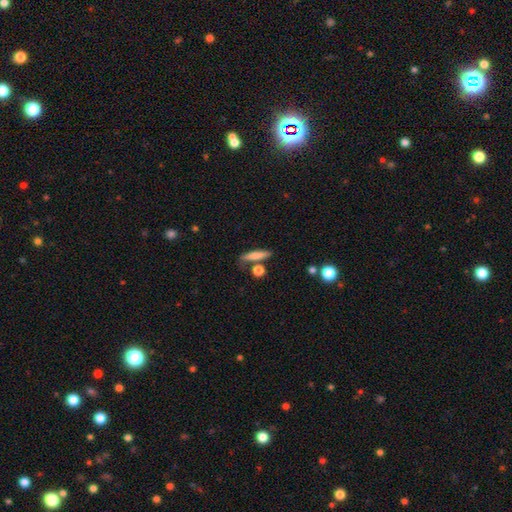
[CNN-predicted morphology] smooth_or_featured: smooth (p=0.74) [alt: featured or disk p=0.19]
how_rounded: cigar-shaped (p=0.79) [alt: in between p=0.16]
merging: none (p=0.69) [alt: minor disturbance p=0.14]